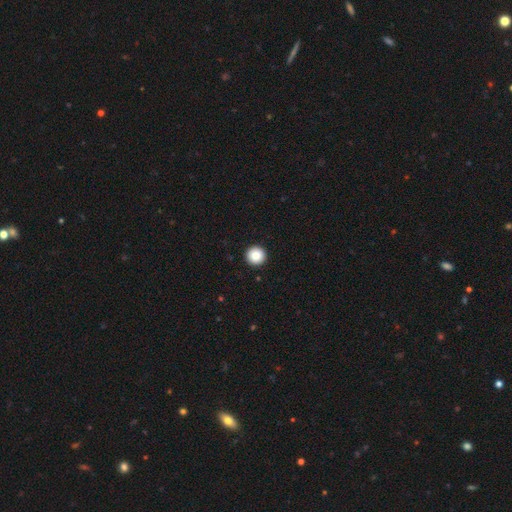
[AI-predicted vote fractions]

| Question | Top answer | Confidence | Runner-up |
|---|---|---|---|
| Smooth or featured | smooth | 84% | star or artifact (9%) |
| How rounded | round | 97% | in between (2%) |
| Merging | none | 94% | minor disturbance (3%) |